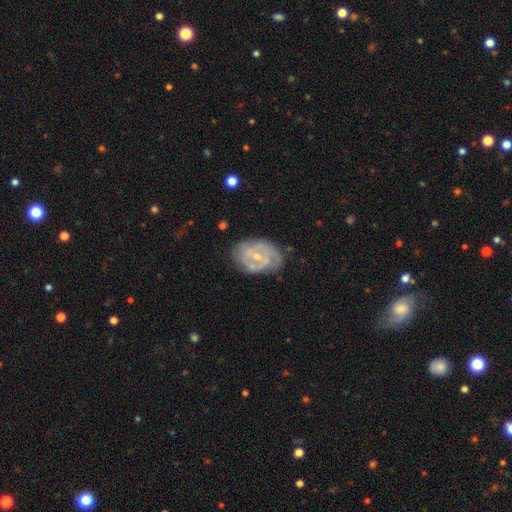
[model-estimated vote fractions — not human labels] Smooth or featured?
  - featured or disk: 82% *
  - smooth: 13%
  - star or artifact: 5%
Edge-on disk?
  - no: 97% *
  - yes: 3%
Bar?
  - no: 51% *
  - weak: 40%
  - strong: 9%
Spiral arms?
  - yes: 89% *
  - no: 11%
Spiral winding?
  - tight: 56% *
  - medium: 34%
  - loose: 10%
Spiral arm count?
  - 2: 45% *
  - can't tell: 27%
  - 3: 16%
  - 1: 5%
  - 4: 4%
  - more than 4: 3%
Bulge size?
  - small: 64% *
  - moderate: 32%
  - none: 2%
  - large: 1%
  - dominant: 1%
Merging?
  - none: 66% *
  - minor disturbance: 23%
  - major disturbance: 8%
  - merger: 2%